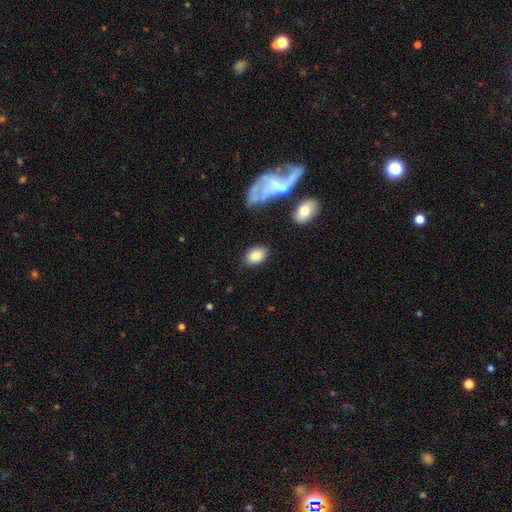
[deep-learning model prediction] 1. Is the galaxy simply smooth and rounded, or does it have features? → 83% smooth, 9% featured or disk, 8% star or artifact.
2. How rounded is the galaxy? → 83% in between, 16% round, 1% cigar-shaped.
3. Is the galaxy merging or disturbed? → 82% none, 11% minor disturbance, 4% major disturbance, 3% merger.